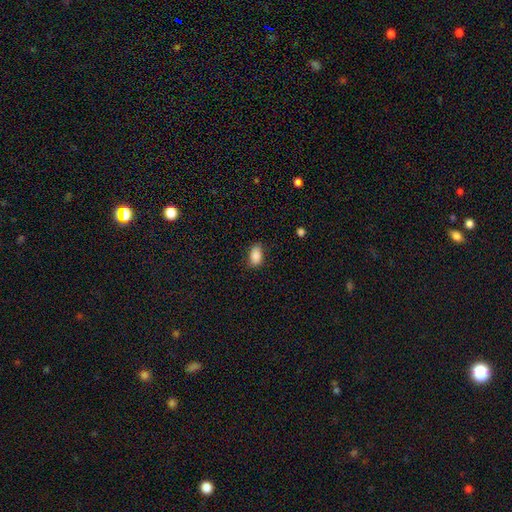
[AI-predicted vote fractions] Morphology: type=smooth (87%); roundness=in between (90%); merging=none (78%).